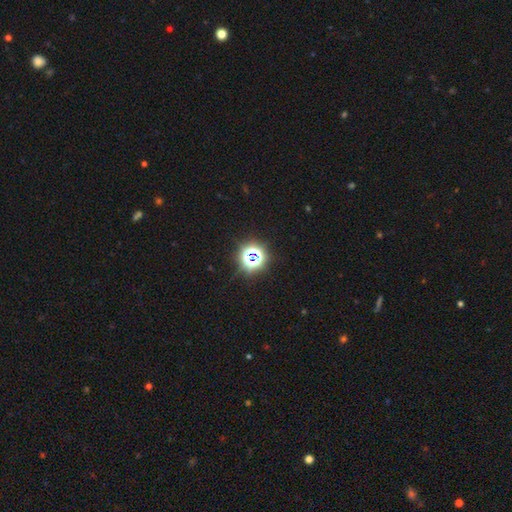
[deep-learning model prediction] Smooth or featured? star or artifact (70%)